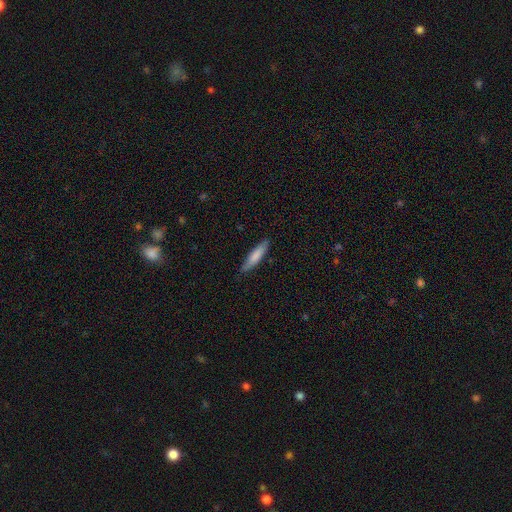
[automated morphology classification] The model was most divided on "how rounded": cigar-shaped: 80%, in between: 19%, round: 1%. More confident: merging — none (84%); smooth or featured — smooth (79%).